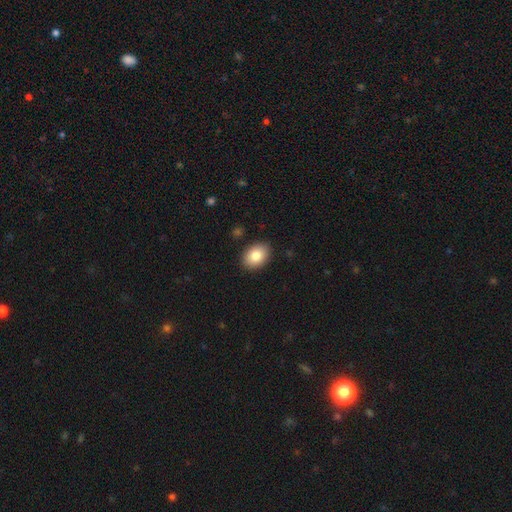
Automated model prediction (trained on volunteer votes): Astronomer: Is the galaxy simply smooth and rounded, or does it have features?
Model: smooth — 85%.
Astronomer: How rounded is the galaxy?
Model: in between — 80%.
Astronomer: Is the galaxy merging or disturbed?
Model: none — 89%.